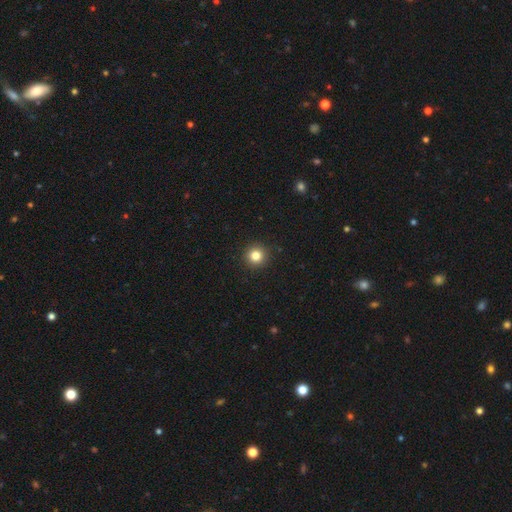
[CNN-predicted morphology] type=smooth (82%); roundness=round (95%); merging=none (93%).